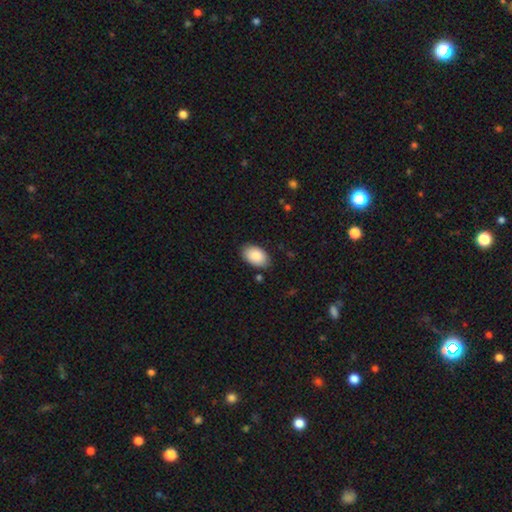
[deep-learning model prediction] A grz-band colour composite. It shows a smooth galaxy with no disk features (88%) that is in between round and cigar-shaped (93%). Merging: none (84%).